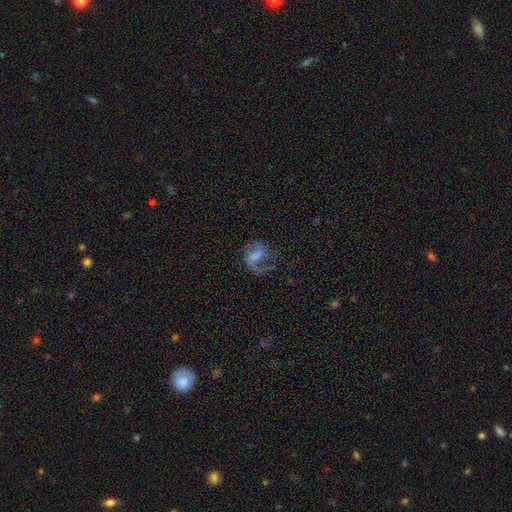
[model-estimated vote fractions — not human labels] The model was most divided on "spiral winding": loose: 51%, medium: 39%, tight: 10%. Remaining: edge-on disk — no (98%); spiral arms — yes (85%); smooth or featured — featured or disk (65%); spiral arm count — 2 (62%); bulge size — none (48%); merging — none (47%); bar — weak (45%).